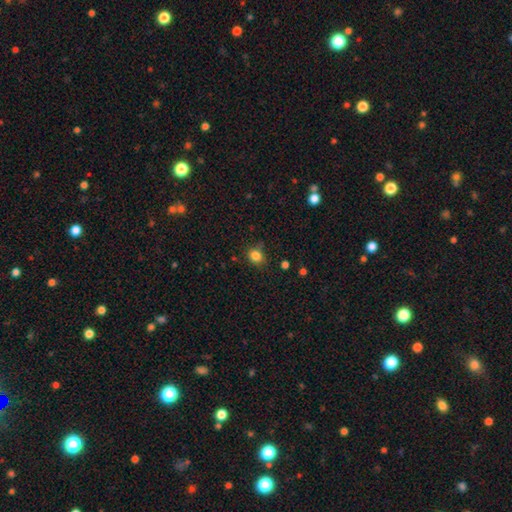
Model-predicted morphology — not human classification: smooth-or-featured: smooth: 83% | star or artifact: 13% | featured or disk: 5%
  how-rounded: round: 71% | in between: 28% | cigar-shaped: 1%
  merging: none: 76% | minor disturbance: 17% | major disturbance: 4% | merger: 3%